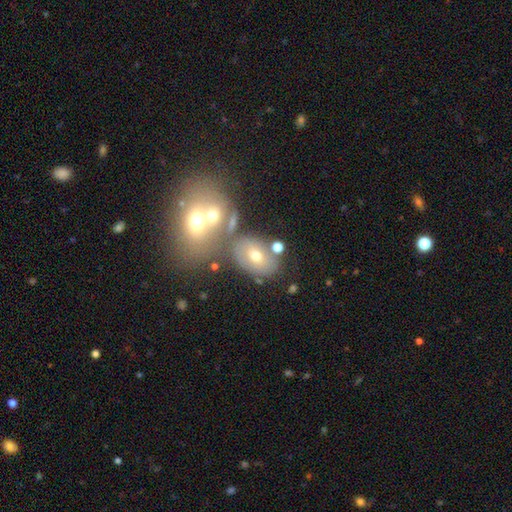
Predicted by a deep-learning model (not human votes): This is possibly a smooth galaxy (54%). How rounded: likely in between (69%). Merging: possibly none (49%).